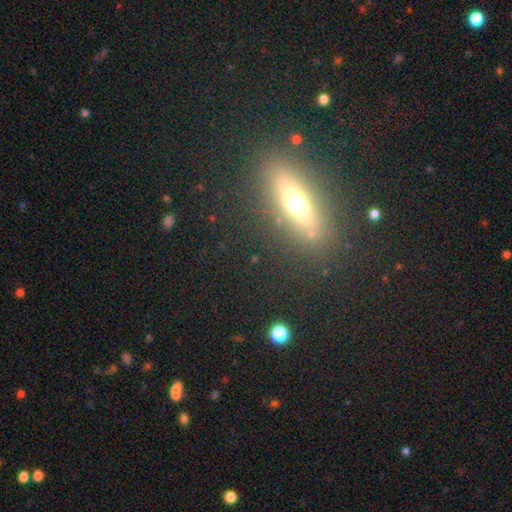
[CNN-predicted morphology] This is possibly a featured or disk galaxy (46%). Merging: clearly none (86%).